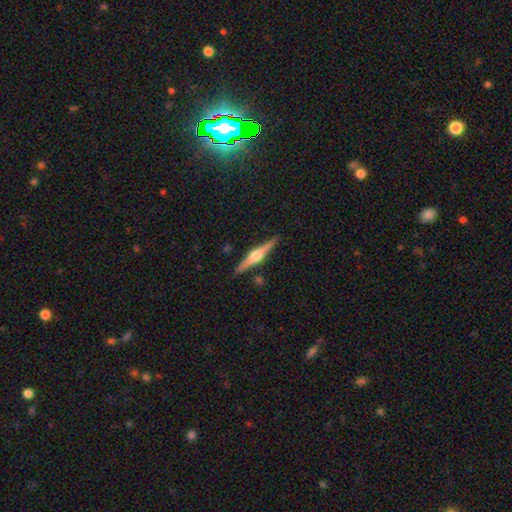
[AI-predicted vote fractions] The model was most divided on "smooth or featured": featured or disk: 79%, smooth: 15%, star or artifact: 5%. More confident: edge-on disk — yes (98%); edge-on bulge — rounded (94%); merging — none (90%).